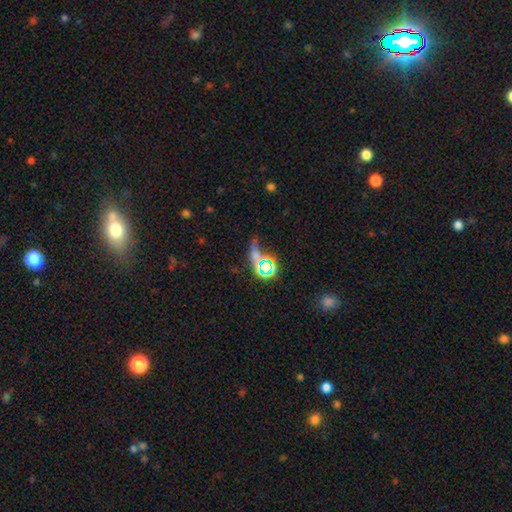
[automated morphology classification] Smooth or featured? star or artifact (58%)